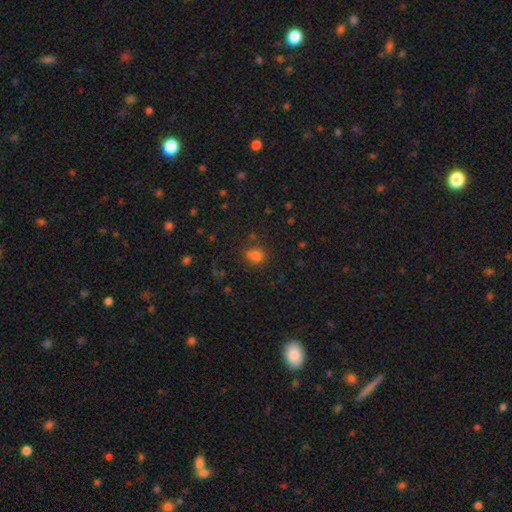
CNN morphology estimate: smooth 79%, star or artifact 15%, featured or disk 6%. Down the decision tree: how rounded — round (69%); merging — none (70%).